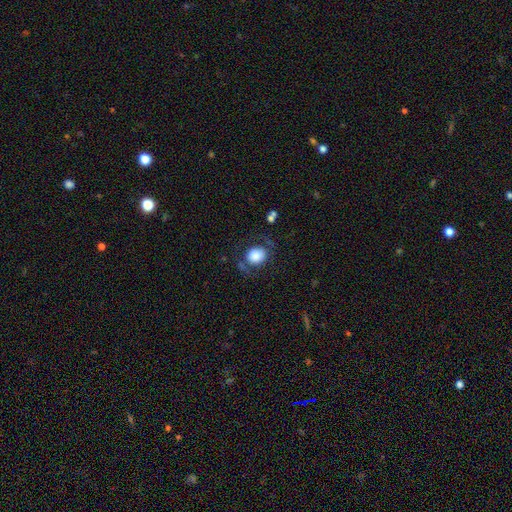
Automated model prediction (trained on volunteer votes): Overall: smooth (68%). How rounded: round (76%). Merging: none (69%).